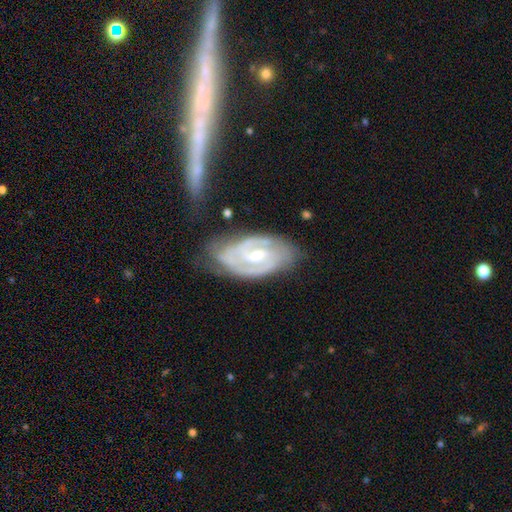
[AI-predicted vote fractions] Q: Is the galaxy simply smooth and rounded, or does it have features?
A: featured or disk — 89%.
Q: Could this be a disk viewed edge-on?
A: no — 96%.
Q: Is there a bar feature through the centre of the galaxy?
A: weak — 50%.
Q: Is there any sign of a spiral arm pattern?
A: yes — 97%.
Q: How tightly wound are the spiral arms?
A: tight — 58%.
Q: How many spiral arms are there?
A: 2 — 69%.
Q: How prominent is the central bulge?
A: moderate — 51%.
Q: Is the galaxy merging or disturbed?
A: none — 65%.